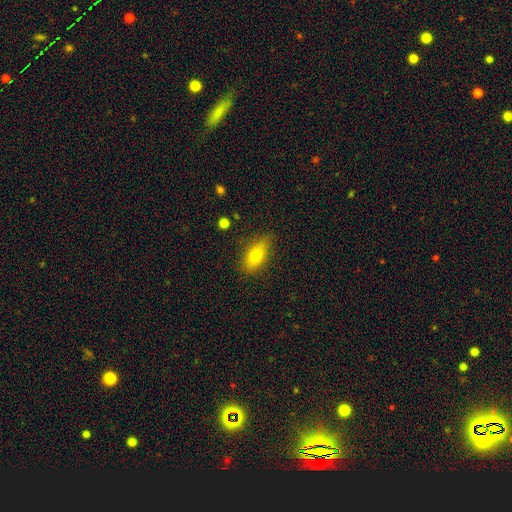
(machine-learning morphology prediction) smooth 75%, featured or disk 17%, star or artifact 8%. Down the decision tree: how rounded — in between (80%); merging — none (81%).